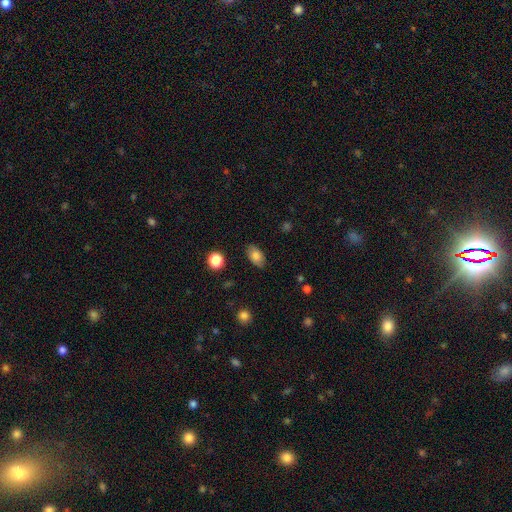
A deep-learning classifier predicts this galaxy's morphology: Smooth or featured?
  - smooth: 80% *
  - featured or disk: 11%
  - star or artifact: 9%
How rounded?
  - in between: 89% *
  - round: 9%
  - cigar-shaped: 2%
Merging?
  - none: 85% *
  - minor disturbance: 12%
  - major disturbance: 3%
  - merger: 1%